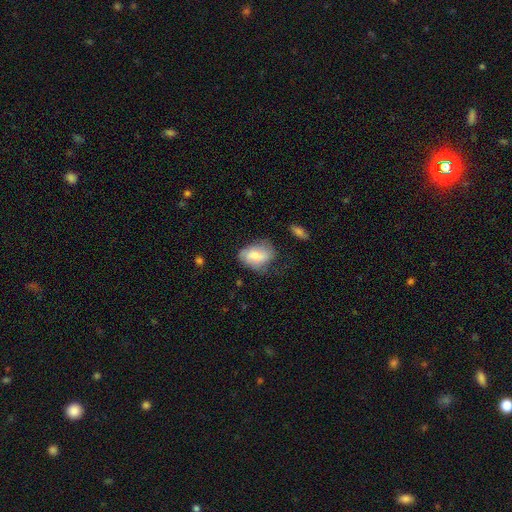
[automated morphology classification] A smooth galaxy with no disk features (71%) that is in between round and cigar-shaped (82%).

Vote fractions:
- Smooth or featured? smooth: 71% / featured or disk: 22% / star or artifact: 7%
- How rounded? in between: 82% / round: 17% / cigar-shaped: 2%
- Merging? none: 46% / minor disturbance: 35% / major disturbance: 17% / merger: 2%